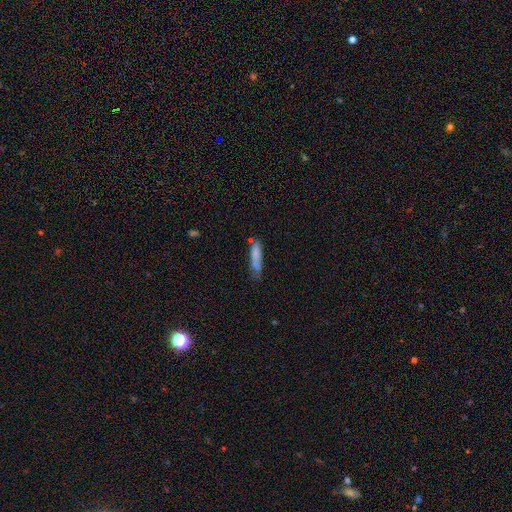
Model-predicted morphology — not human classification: Smooth or featured? Predicted: smooth (p=0.77). How rounded? Predicted: cigar-shaped (p=0.76). Merging? Predicted: none (p=0.50).